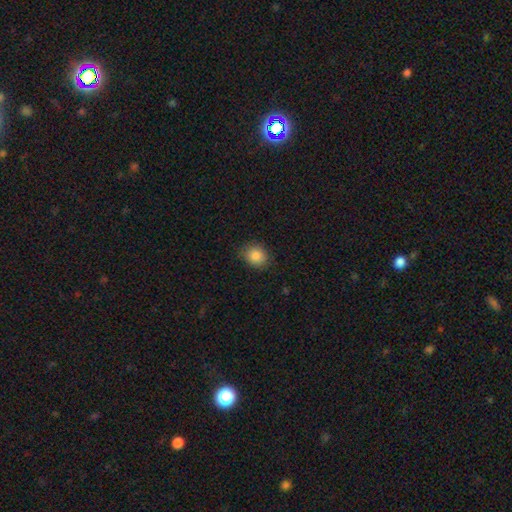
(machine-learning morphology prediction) Q: Smooth or featured?
A: smooth (86%); runner-up: star or artifact (9%)
Q: How rounded?
A: round (55%); runner-up: in between (45%)
Q: Merging?
A: none (83%); runner-up: minor disturbance (13%)